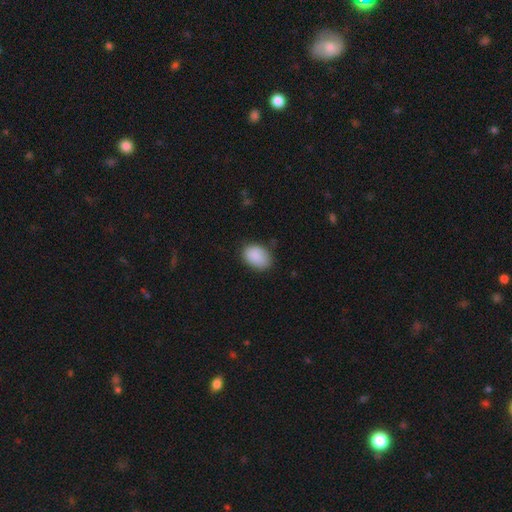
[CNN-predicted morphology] A smooth galaxy with no disk features (89%) that is in between round and cigar-shaped (78%).

Vote fractions:
- Smooth or featured? smooth: 89% / star or artifact: 7% / featured or disk: 4%
- How rounded? in between: 78% / round: 21% / cigar-shaped: 1%
- Merging? none: 75% / minor disturbance: 20% / major disturbance: 4% / merger: 1%